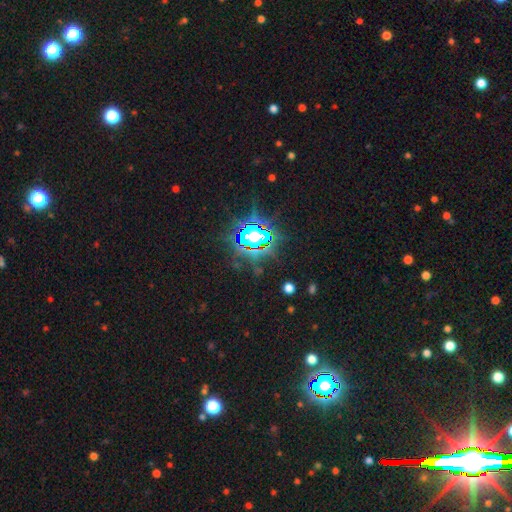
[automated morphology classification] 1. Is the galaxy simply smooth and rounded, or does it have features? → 82% star or artifact, 10% smooth, 8% featured or disk.